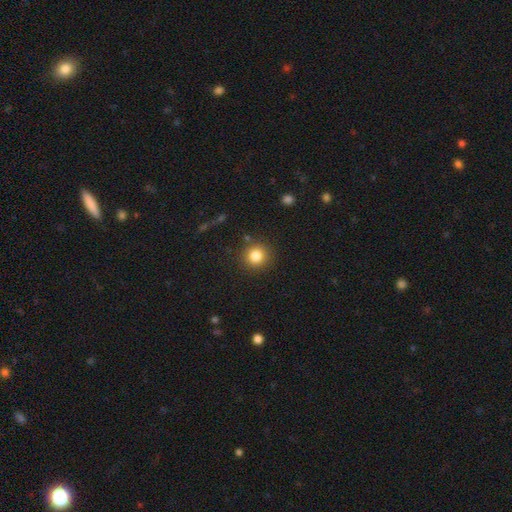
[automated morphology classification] A smooth galaxy with no disk features (83%) that is round (93%).

Vote fractions:
- Smooth or featured? smooth: 83% / star or artifact: 11% / featured or disk: 6%
- How rounded? round: 93% / in between: 7% / cigar-shaped: 1%
- Merging? none: 87% / minor disturbance: 8% / major disturbance: 3% / merger: 2%